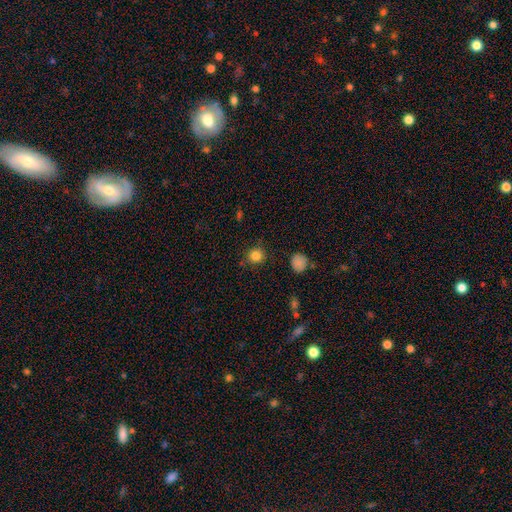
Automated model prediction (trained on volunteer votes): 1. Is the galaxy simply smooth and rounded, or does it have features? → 83% smooth, 12% star or artifact, 5% featured or disk.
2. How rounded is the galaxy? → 93% round, 6% in between, 1% cigar-shaped.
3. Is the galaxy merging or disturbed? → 87% none, 8% minor disturbance, 3% major disturbance, 2% merger.